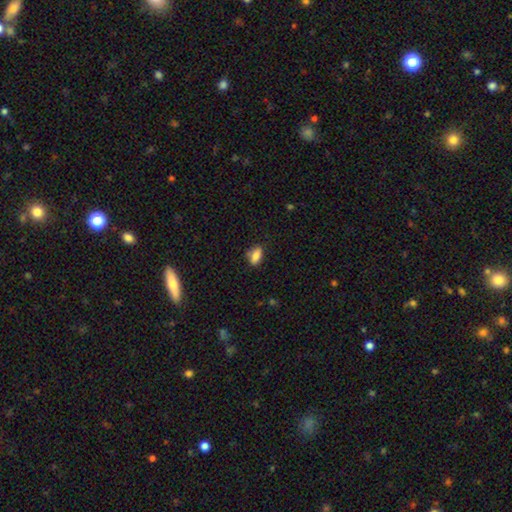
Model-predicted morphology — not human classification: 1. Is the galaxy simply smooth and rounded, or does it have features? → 82% smooth, 9% featured or disk, 9% star or artifact.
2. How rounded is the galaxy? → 85% in between, 7% round, 7% cigar-shaped.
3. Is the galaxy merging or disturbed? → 69% none, 21% minor disturbance, 5% merger, 4% major disturbance.